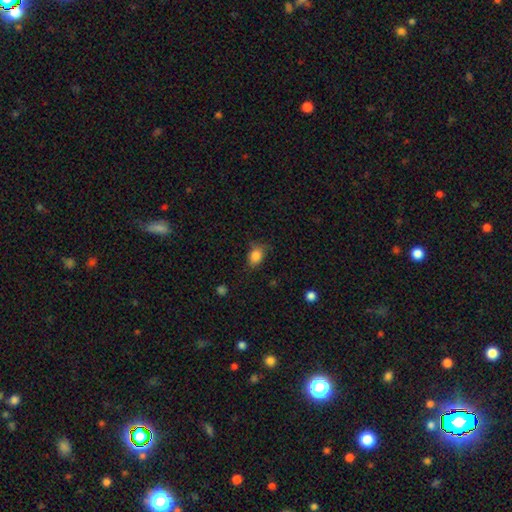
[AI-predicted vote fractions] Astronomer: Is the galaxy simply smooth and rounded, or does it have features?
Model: smooth — 84%.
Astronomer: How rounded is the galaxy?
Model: in between — 70%.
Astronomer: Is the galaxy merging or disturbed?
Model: none — 64%.